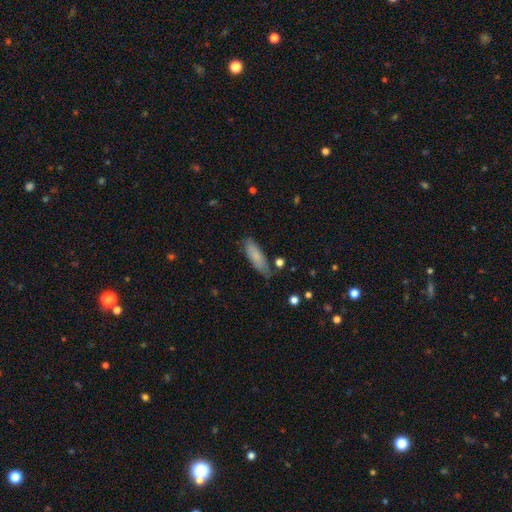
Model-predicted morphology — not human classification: This is clearly a smooth galaxy (81%). How rounded: possibly cigar-shaped (50%). Merging: likely none (74%).